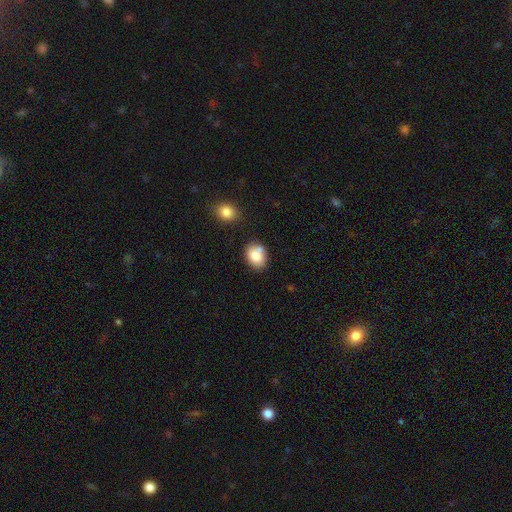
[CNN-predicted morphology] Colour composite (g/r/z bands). It shows a smooth galaxy with no disk features (81%) that is in between round and cigar-shaped (60%). Merging: none (64%).